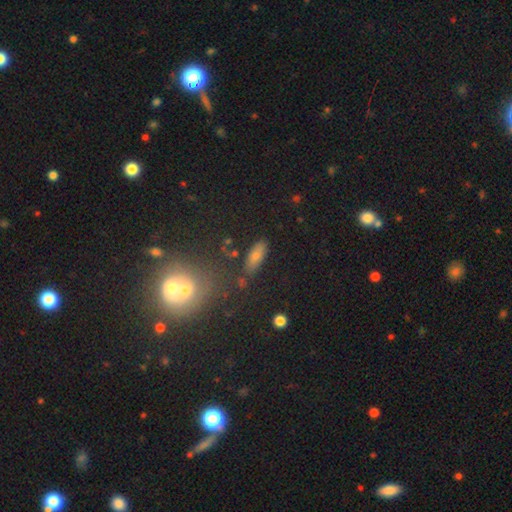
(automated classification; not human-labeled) Smooth or featured: smooth — 73% (featured or disk — 14%)
How rounded: in between — 73% (cigar-shaped — 22%)
Merging: none — 79% (minor disturbance — 14%)